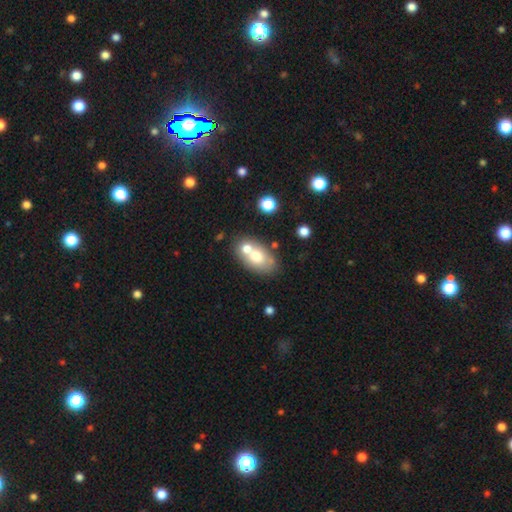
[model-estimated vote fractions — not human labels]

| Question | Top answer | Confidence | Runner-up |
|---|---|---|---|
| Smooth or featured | smooth | 66% | featured or disk (25%) |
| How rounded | in between | 84% | round (14%) |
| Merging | none | 44% | merger (39%) |